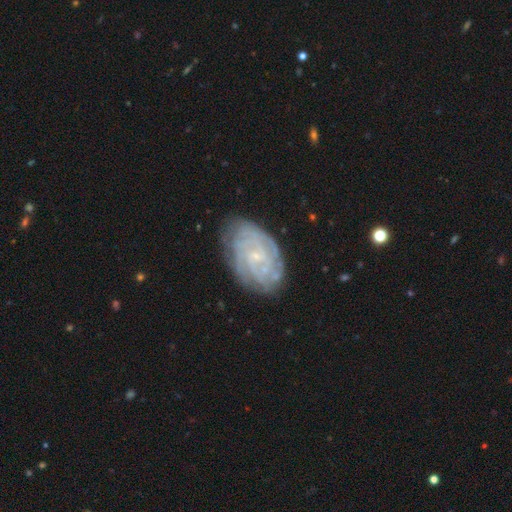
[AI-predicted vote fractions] Smooth or featured? Predicted: featured or disk (p=0.83). Edge-on disk? Predicted: no (p=0.97). Bar? Predicted: no (p=0.64). Spiral arms? Predicted: yes (p=0.96). Spiral winding? Predicted: tight (p=0.78). Spiral arm count? Predicted: can't tell (p=0.35). Bulge size? Predicted: small (p=0.78). Merging? Predicted: none (p=0.78).